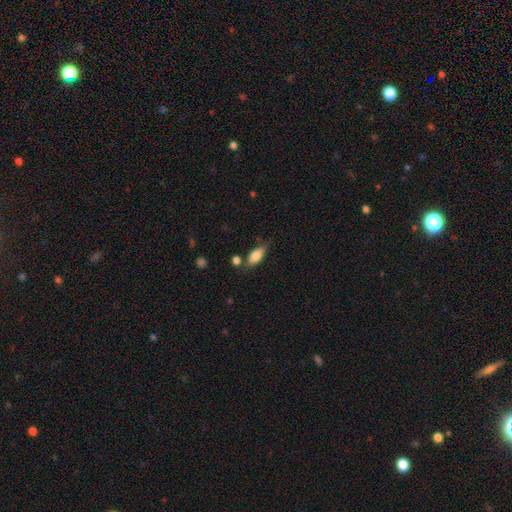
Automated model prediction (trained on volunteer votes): Morphology: type=smooth (74%); roundness=in between (80%); merging=none (65%).